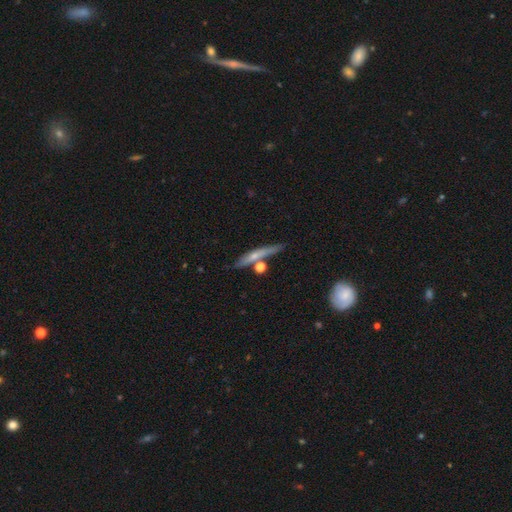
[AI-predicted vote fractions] Morphology: type=smooth (49%); merging=none (71%).